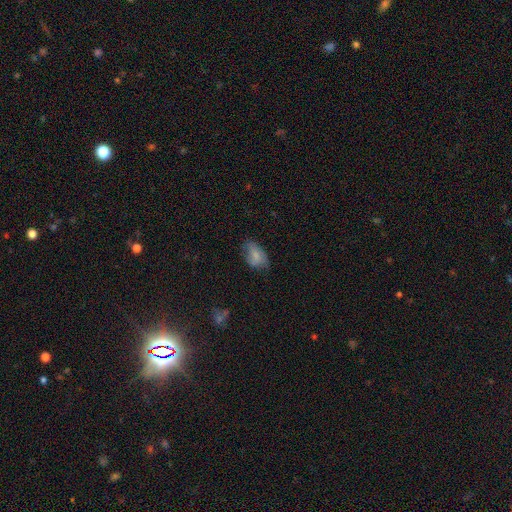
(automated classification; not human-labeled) A smooth galaxy with no disk features (73%) that is in between round and cigar-shaped (91%).

Vote fractions:
- Smooth or featured? smooth: 73% / featured or disk: 19% / star or artifact: 8%
- How rounded? in between: 91% / round: 6% / cigar-shaped: 2%
- Merging? none: 54% / minor disturbance: 32% / major disturbance: 12% / merger: 2%